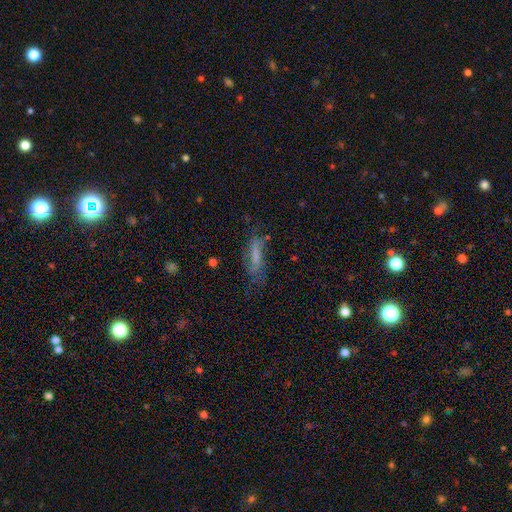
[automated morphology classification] Q: Smooth or featured?
A: smooth (56%); runner-up: featured or disk (33%)
Q: How rounded?
A: cigar-shaped (68%); runner-up: in between (30%)
Q: Merging?
A: none (53%); runner-up: minor disturbance (27%)